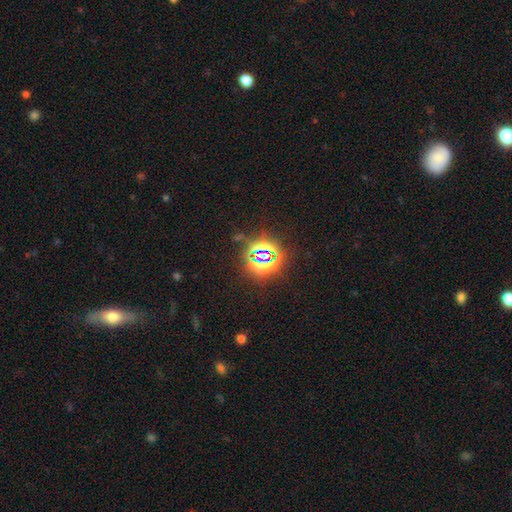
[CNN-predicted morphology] Smooth or featured? star or artifact (75%)